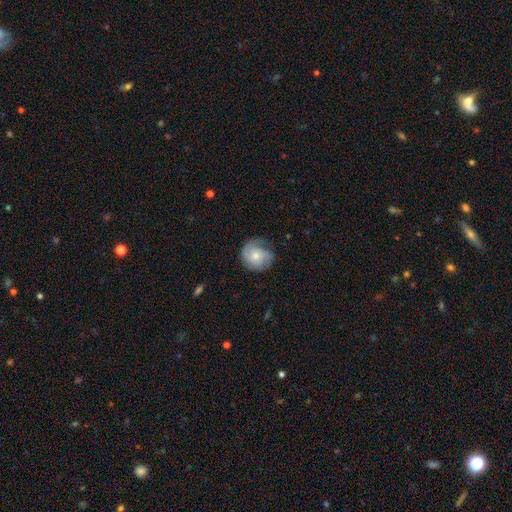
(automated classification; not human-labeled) smooth_or_featured: smooth (p=0.48) [alt: featured or disk p=0.45]
merging: none (p=0.57) [alt: minor disturbance p=0.29]